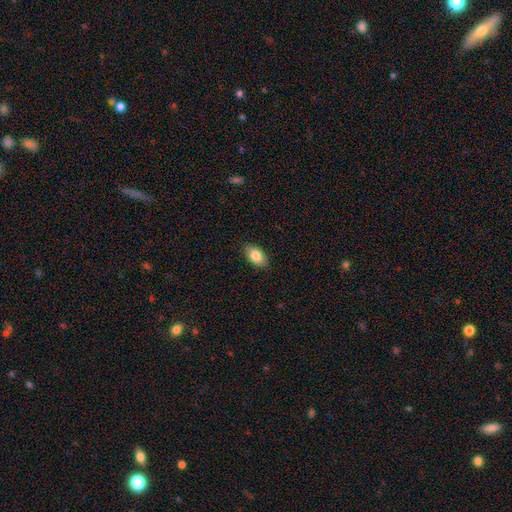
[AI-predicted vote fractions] smooth-or-featured: smooth: 85% | featured or disk: 8% | star or artifact: 7%
  how-rounded: in between: 93% | round: 5% | cigar-shaped: 2%
  merging: none: 88% | minor disturbance: 9% | major disturbance: 2% | merger: 1%